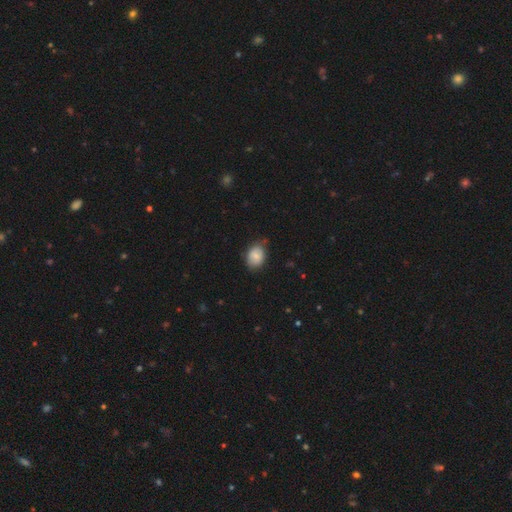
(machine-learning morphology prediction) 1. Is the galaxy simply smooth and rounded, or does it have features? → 79% smooth, 14% featured or disk, 8% star or artifact.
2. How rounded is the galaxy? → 74% in between, 25% round, 1% cigar-shaped.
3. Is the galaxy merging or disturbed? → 71% none, 23% minor disturbance, 4% major disturbance, 2% merger.